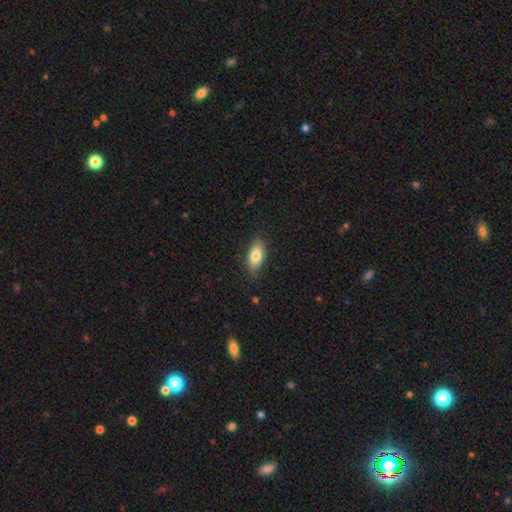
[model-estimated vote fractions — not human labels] smooth_or_featured: smooth (p=0.81) [alt: featured or disk p=0.12]
how_rounded: in between (p=0.87) [alt: cigar-shaped p=0.10]
merging: none (p=0.81) [alt: minor disturbance p=0.15]